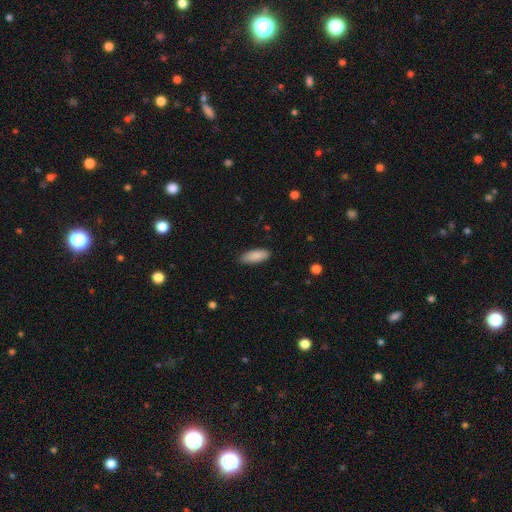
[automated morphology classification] The model was most divided on "how rounded": in between: 73%, cigar-shaped: 25%, round: 2%. More confident: smooth or featured — smooth (89%); merging — none (86%).